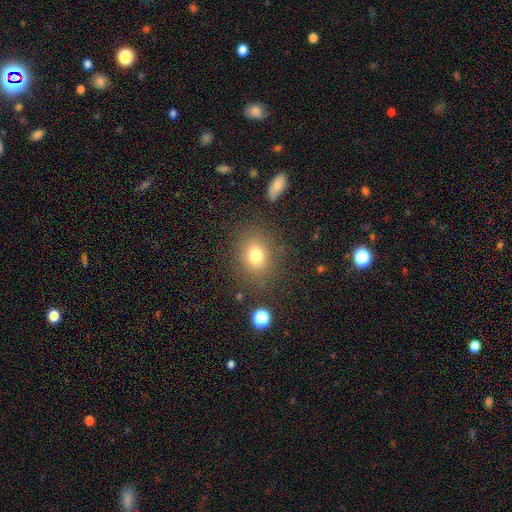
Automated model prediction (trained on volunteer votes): smooth-or-featured: smooth: 76% | star or artifact: 14% | featured or disk: 10%
  how-rounded: round: 55% | in between: 43% | cigar-shaped: 1%
  merging: none: 81% | minor disturbance: 12% | major disturbance: 5% | merger: 3%